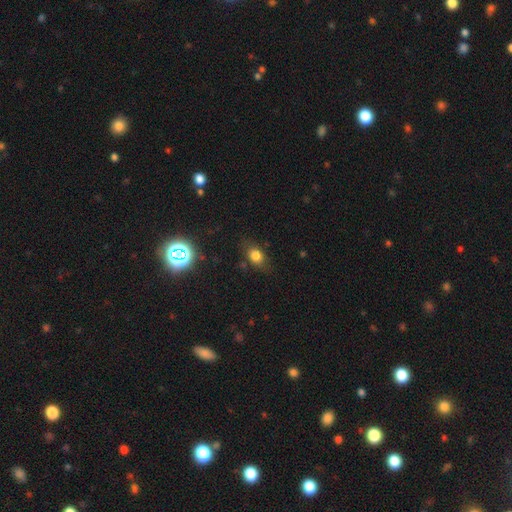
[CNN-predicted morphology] smooth-or-featured: smooth: 75% | star or artifact: 15% | featured or disk: 10%
  how-rounded: in between: 68% | round: 29% | cigar-shaped: 3%
  merging: none: 75% | minor disturbance: 18% | major disturbance: 6% | merger: 2%